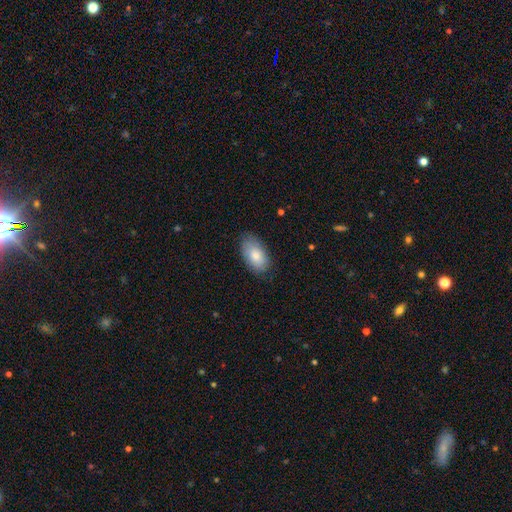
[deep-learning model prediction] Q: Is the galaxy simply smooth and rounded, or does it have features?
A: smooth — 80%.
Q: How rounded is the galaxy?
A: in between — 94%.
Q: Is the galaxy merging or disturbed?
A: none — 79%.